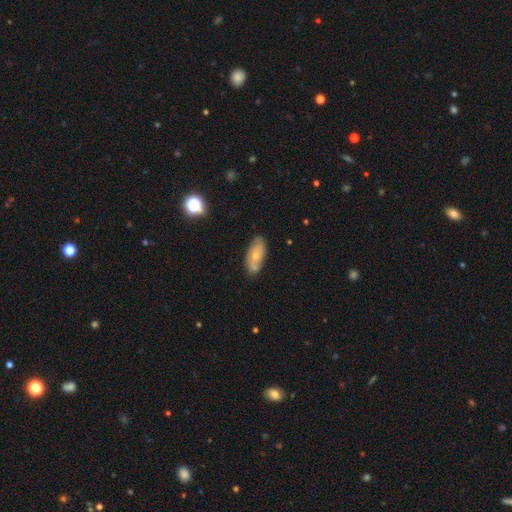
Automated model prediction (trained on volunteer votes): This is possibly a smooth galaxy (59%). How rounded: clearly in between (86%). Merging: likely none (64%).